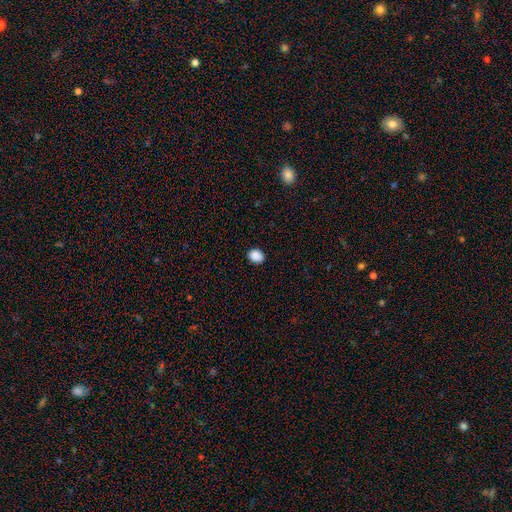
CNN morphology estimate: A smooth galaxy with no disk features (89%) that is in between round and cigar-shaped (51%). Merging: none (90%).